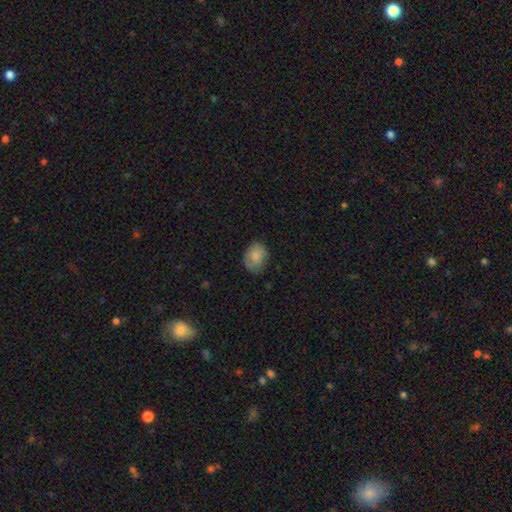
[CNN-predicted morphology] The model was most divided on "how rounded": in between: 57%, round: 42%, cigar-shaped: 1%. More confident: smooth or featured — smooth (83%); merging — none (74%).